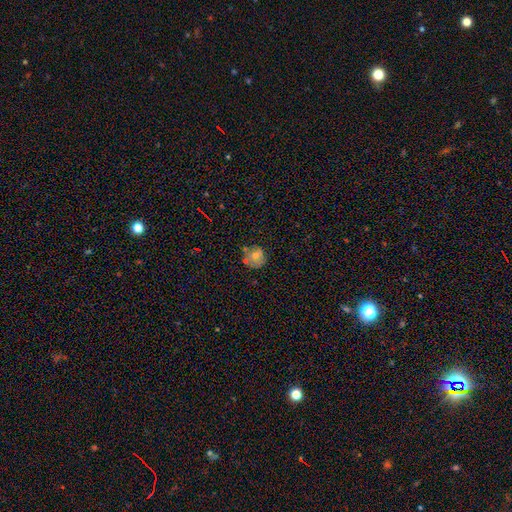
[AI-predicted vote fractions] smooth_or_featured: smooth (p=0.67) [alt: featured or disk p=0.21]
how_rounded: round (p=0.86) [alt: in between p=0.13]
merging: none (p=0.62) [alt: minor disturbance p=0.21]